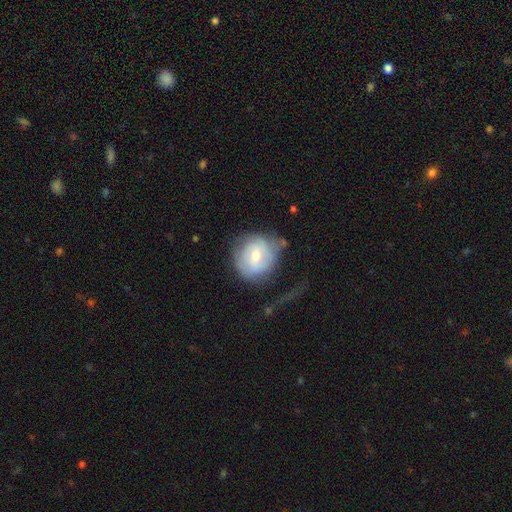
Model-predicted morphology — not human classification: Smooth or featured? Predicted: featured or disk (p=0.52). Edge-on disk? Predicted: no (p=0.96). Merging? Predicted: none (p=0.43).